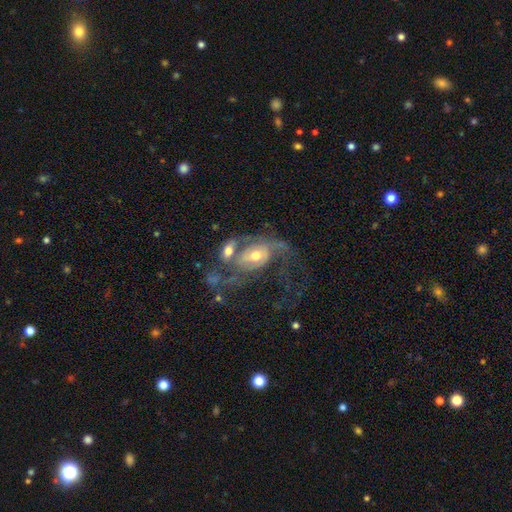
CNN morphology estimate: This is likely a featured or disk galaxy (76%). It is clearly not viewed edge-on (95%). Bar: possibly no (59%). Spiral arm pattern: clearly yes (81%). Spiral arm count: possibly 2 (47%). Spiral winding: marginally loose (42%). Central bulge: likely moderate (66%). Merging: marginally merger (36%).